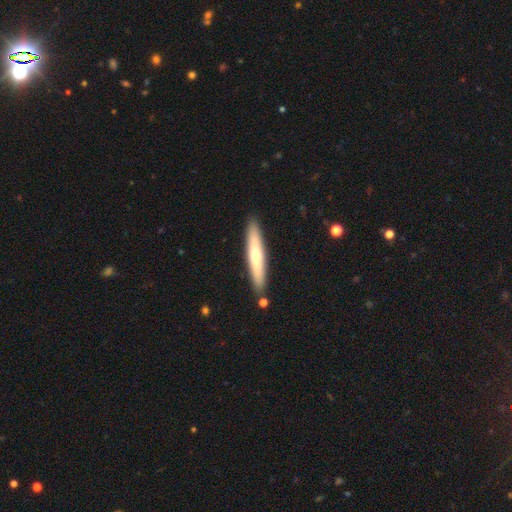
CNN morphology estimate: A smooth galaxy with no disk features (56%) that is cigar-shaped (91%). Merging: none (89%).